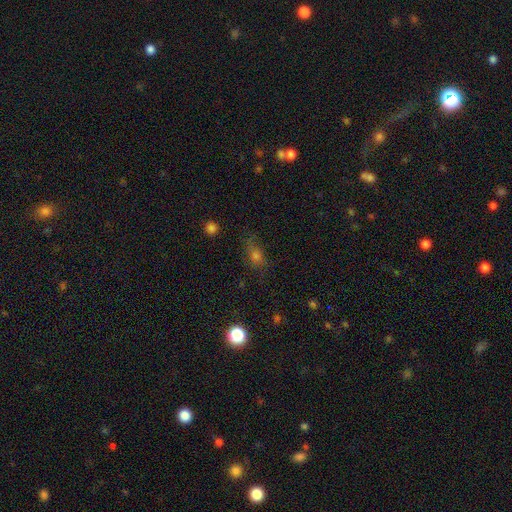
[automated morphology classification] type=smooth (62%); roundness=in between (58%); merging=none (65%).